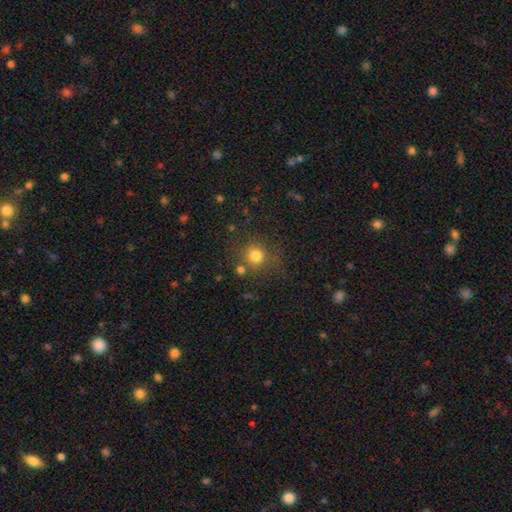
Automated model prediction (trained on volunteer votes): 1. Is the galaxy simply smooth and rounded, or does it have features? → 78% smooth, 15% star or artifact, 7% featured or disk.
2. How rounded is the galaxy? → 90% round, 9% in between, 1% cigar-shaped.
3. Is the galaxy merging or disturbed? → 77% none, 11% minor disturbance, 7% merger, 5% major disturbance.